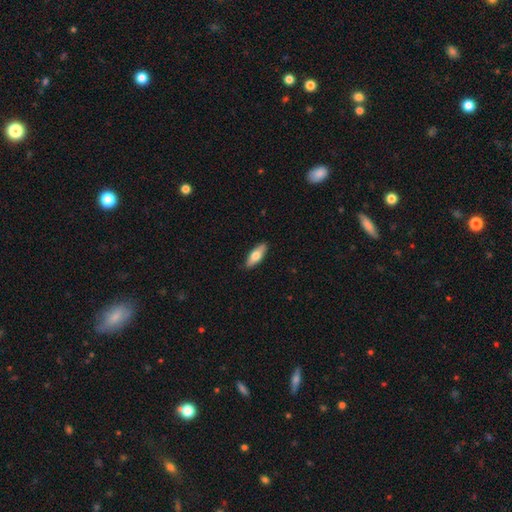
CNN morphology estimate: smooth_or_featured: smooth (p=0.69) [alt: featured or disk p=0.26]
how_rounded: in between (p=0.62) [alt: cigar-shaped p=0.35]
merging: none (p=0.89) [alt: minor disturbance p=0.09]